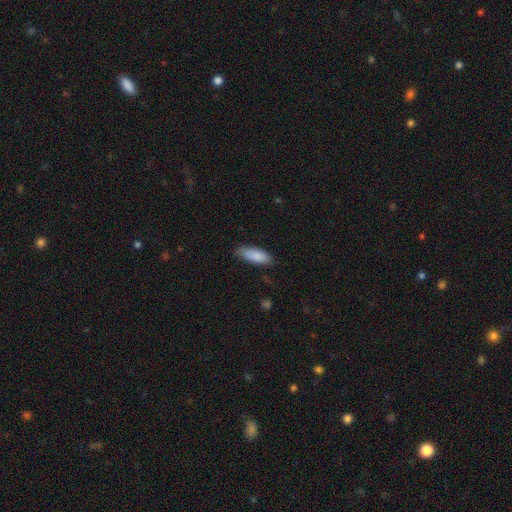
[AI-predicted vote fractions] smooth-or-featured: smooth: 87% | featured or disk: 7% | star or artifact: 6%
  how-rounded: in between: 66% | cigar-shaped: 33% | round: 2%
  merging: none: 78% | minor disturbance: 17% | major disturbance: 3% | merger: 1%